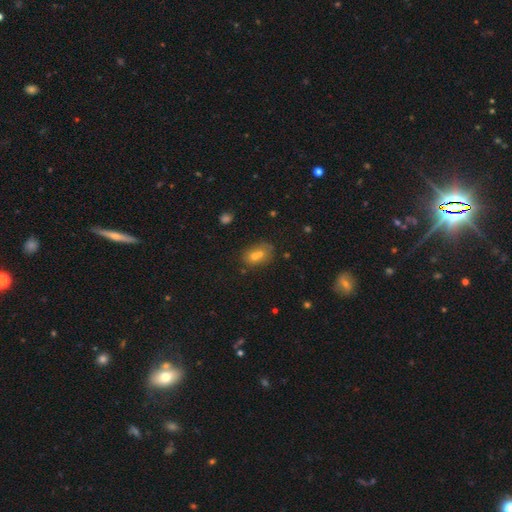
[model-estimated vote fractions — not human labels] smooth_or_featured: smooth (p=0.61) [alt: featured or disk p=0.20]
how_rounded: in between (p=0.59) [alt: round p=0.39]
merging: merger (p=0.48) [alt: none p=0.36]